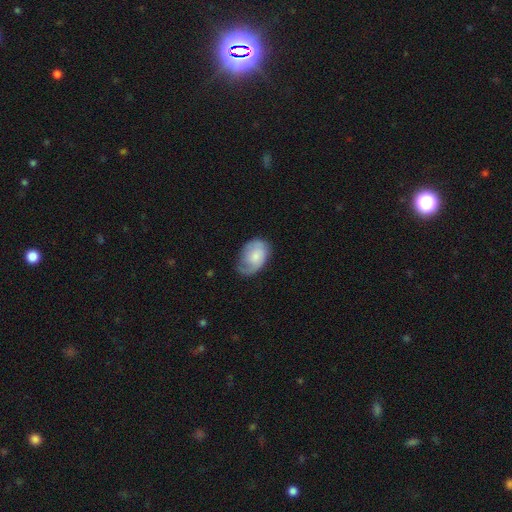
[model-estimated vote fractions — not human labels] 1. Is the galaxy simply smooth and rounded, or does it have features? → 51% smooth, 43% featured or disk, 7% star or artifact.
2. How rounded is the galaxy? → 84% in between, 15% round, 1% cigar-shaped.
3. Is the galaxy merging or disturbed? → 50% none, 32% minor disturbance, 16% major disturbance, 2% merger.